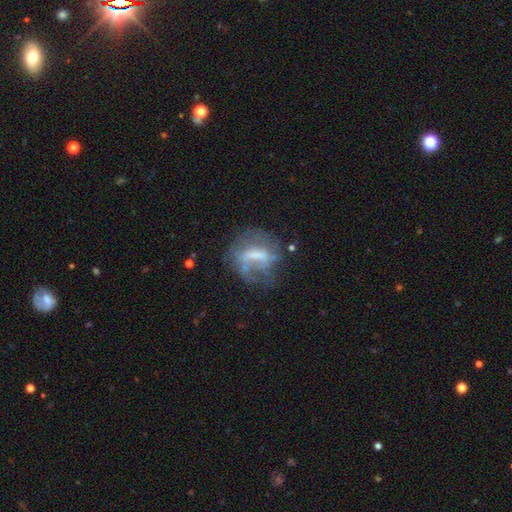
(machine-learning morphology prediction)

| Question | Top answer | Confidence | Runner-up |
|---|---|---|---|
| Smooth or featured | featured or disk | 60% | smooth (29%) |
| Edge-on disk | no | 94% | yes (6%) |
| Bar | strong | 37% | weak (36%) |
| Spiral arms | no | 59% | yes (41%) |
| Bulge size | moderate | 33% | none (32%) |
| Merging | none | 43% | major disturbance (28%) |